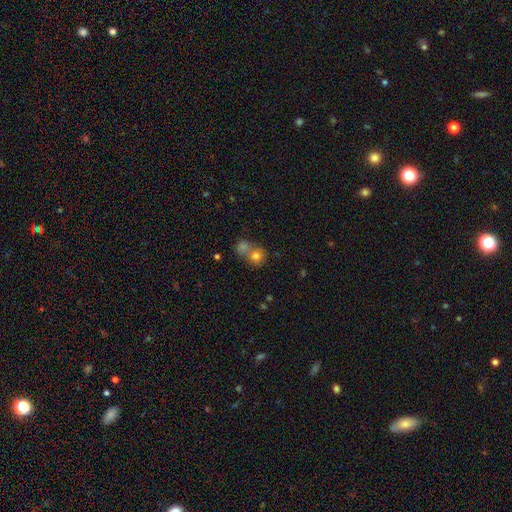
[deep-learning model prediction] The model was most divided on "merging": merger: 56%, none: 34%, minor disturbance: 7%, major disturbance: 3%. More confident: how rounded — round (78%); smooth or featured — smooth (77%).